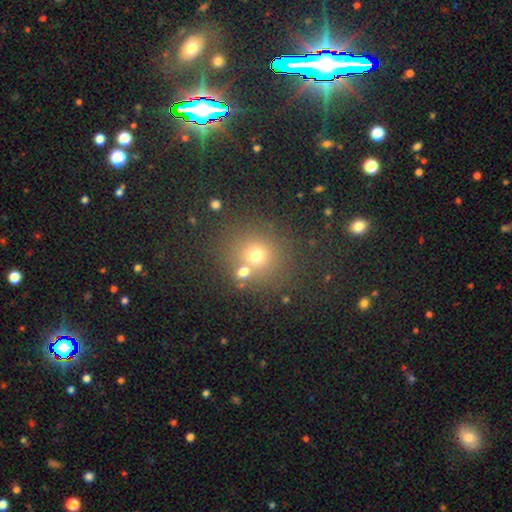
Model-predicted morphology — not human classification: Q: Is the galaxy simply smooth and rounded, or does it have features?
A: smooth — 66%.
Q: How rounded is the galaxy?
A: round — 86%.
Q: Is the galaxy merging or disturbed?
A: none — 71%.